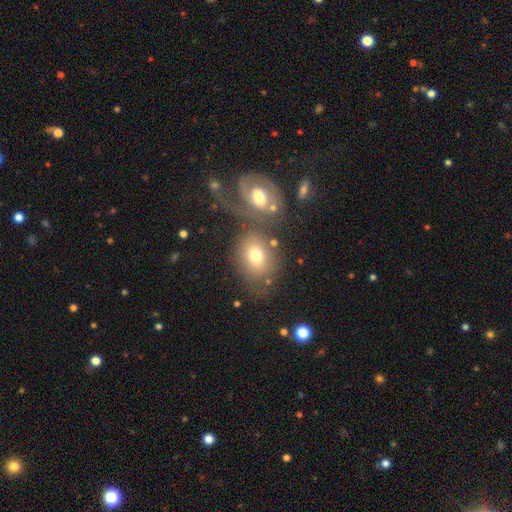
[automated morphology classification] Smooth or featured: smooth — 68% (featured or disk — 22%)
How rounded: in between — 55% (round — 44%)
Merging: none — 45% (merger — 31%)